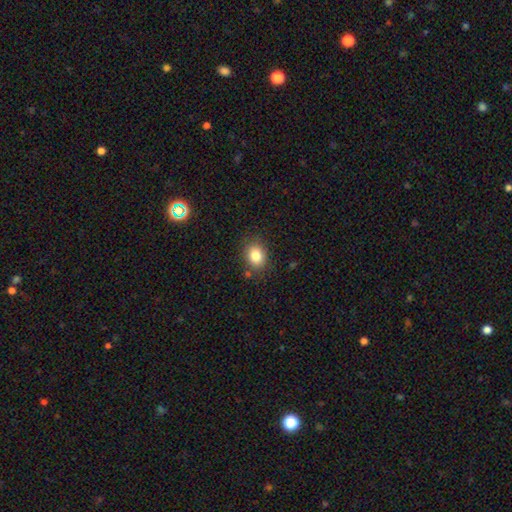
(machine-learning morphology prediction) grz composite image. It shows a smooth galaxy with no disk features (82%) that is in between round and cigar-shaped (52%). Merging: none (81%).